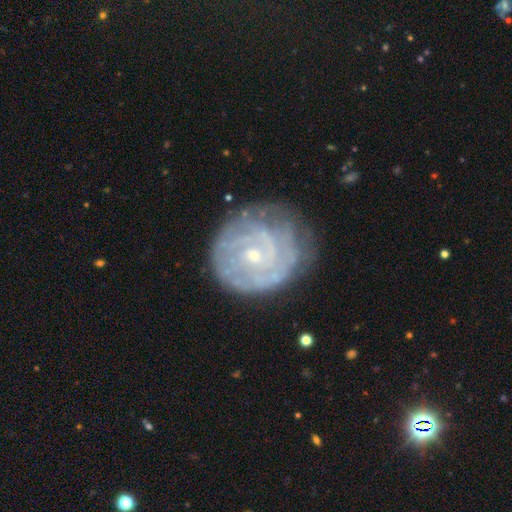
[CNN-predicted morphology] This appears to be a featured or disk galaxy (80%) with no bar (67%), tight (76%) spiral arms (90%) and a small central bulge (70%). Merging: none (69%).